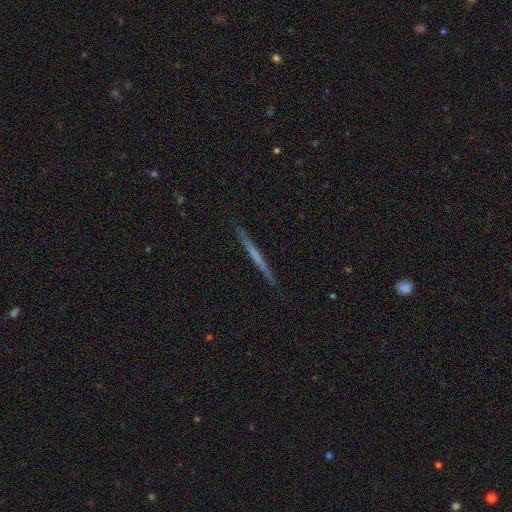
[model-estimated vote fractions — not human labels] Morphology: type=featured or disk (52%); edge-on=yes (98%); edge-on bulge=none (91%); merging=none (92%).